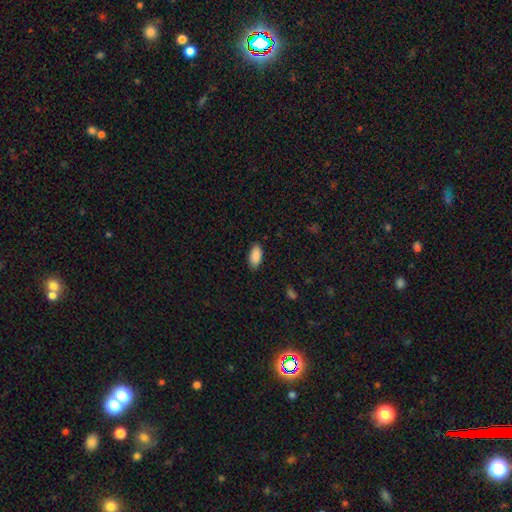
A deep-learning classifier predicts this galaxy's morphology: Smooth or featured? smooth (90%)
How rounded? in between (93%)
Merging? none (87%)